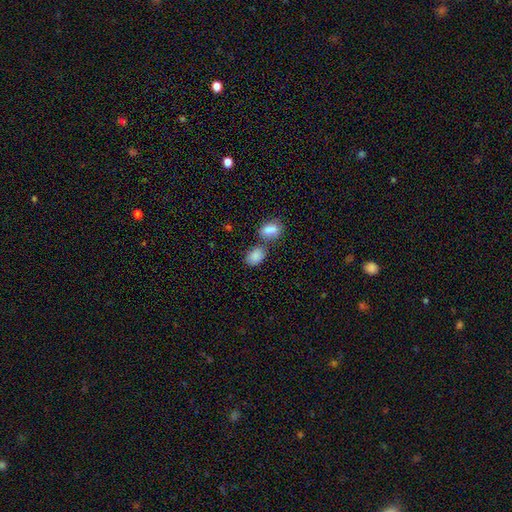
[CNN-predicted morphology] Q: Smooth or featured?
A: smooth (86%); runner-up: star or artifact (8%)
Q: How rounded?
A: in between (84%); runner-up: round (15%)
Q: Merging?
A: none (53%); runner-up: merger (29%)